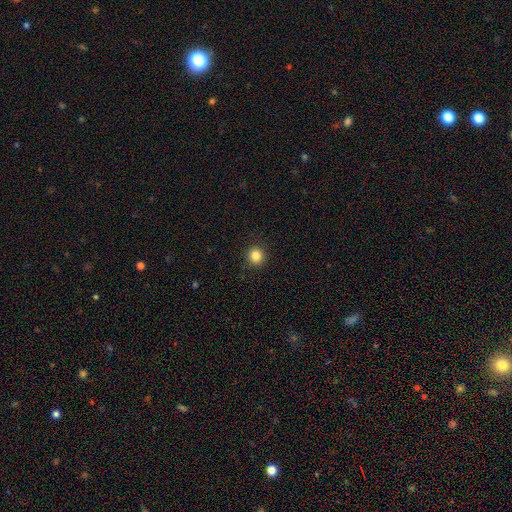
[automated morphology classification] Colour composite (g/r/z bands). It shows a smooth galaxy with no disk features (84%) that is round (92%). Merging: none (91%).